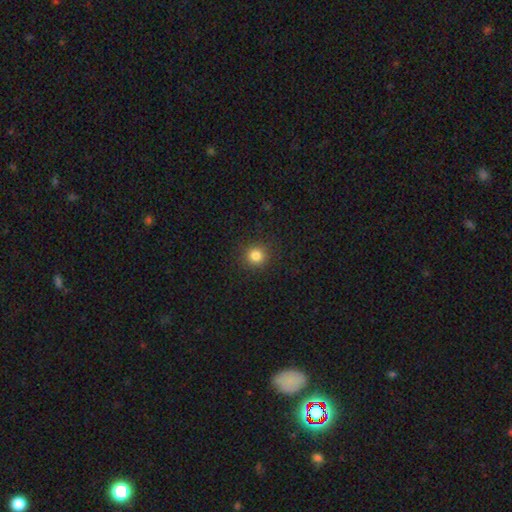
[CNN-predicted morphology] smooth 83%, star or artifact 12%, featured or disk 4%. Down the decision tree: how rounded — round (93%); merging — none (91%).